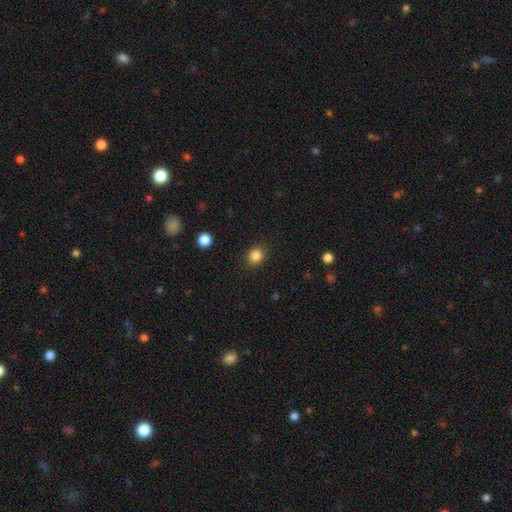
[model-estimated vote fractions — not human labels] Smooth or featured? smooth (85%)
How rounded? round (74%)
Merging? none (88%)